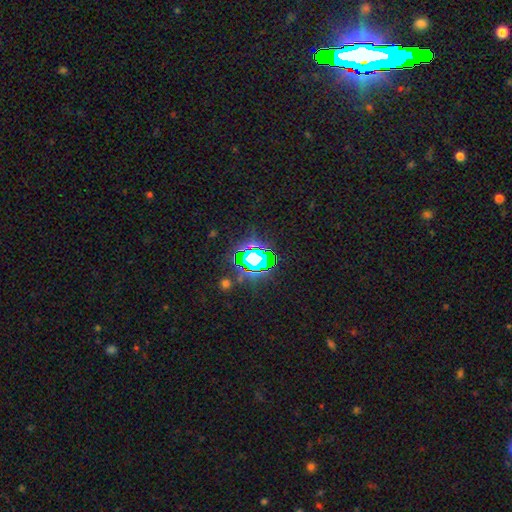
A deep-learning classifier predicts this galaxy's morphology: The model was most divided on "smooth or featured": star or artifact: 71%, smooth: 17%, featured or disk: 12%.